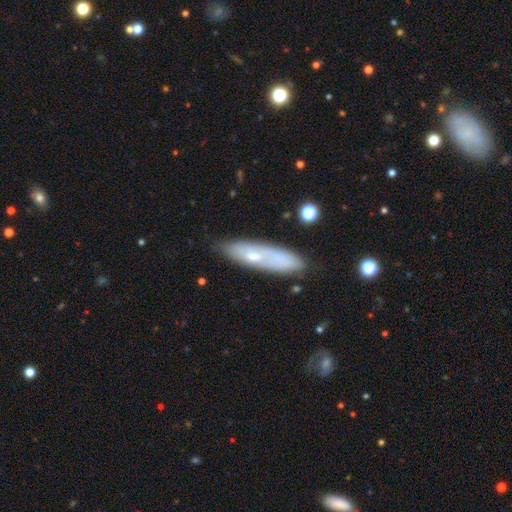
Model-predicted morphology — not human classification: smooth-or-featured: smooth: 52% | featured or disk: 40% | star or artifact: 8%
  how-rounded: cigar-shaped: 60% | in between: 37% | round: 2%
  merging: none: 67% | minor disturbance: 19% | merger: 8% | major disturbance: 5%